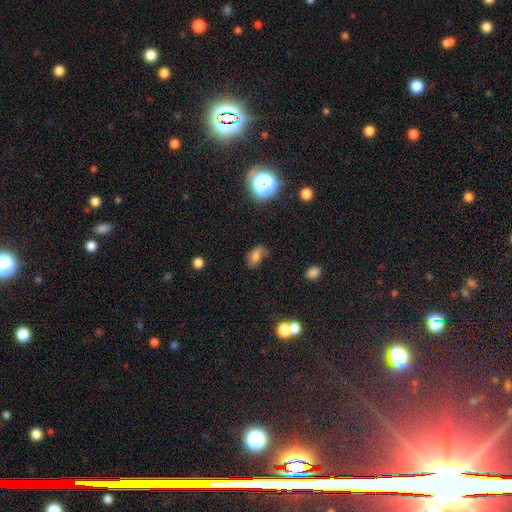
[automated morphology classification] This is likely a smooth galaxy (63%). How rounded: clearly in between (84%). Merging: possibly none (49%).